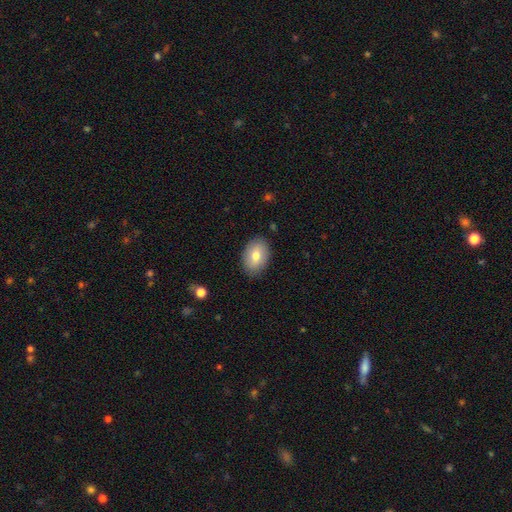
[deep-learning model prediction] Overall: smooth (74%). How rounded: in between (87%). Merging: none (86%).